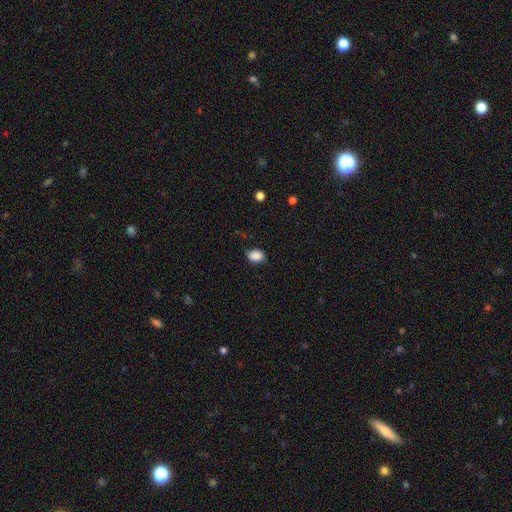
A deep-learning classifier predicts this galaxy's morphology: type=smooth (88%); roundness=in between (71%); merging=none (79%).